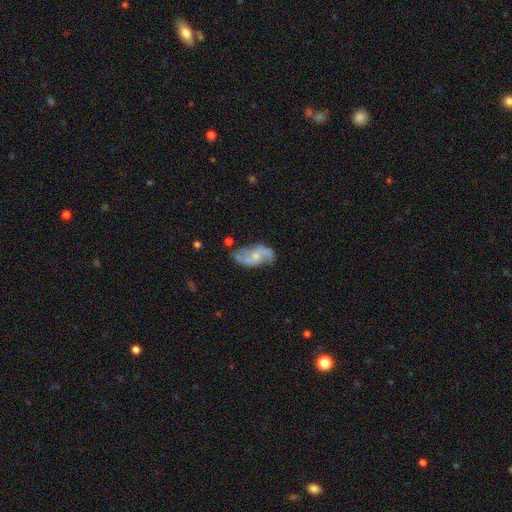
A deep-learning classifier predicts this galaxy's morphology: Smooth or featured: featured or disk — 80% (smooth — 14%)
Edge-on disk: no — 96% (yes — 4%)
Bar: no — 58% (weak — 35%)
Spiral arms: yes — 92% (no — 8%)
Spiral winding: loose — 54% (medium — 36%)
Spiral arm count: 2 — 87% (can't tell — 6%)
Bulge size: small — 54% (moderate — 36%)
Merging: none — 63% (minor disturbance — 23%)